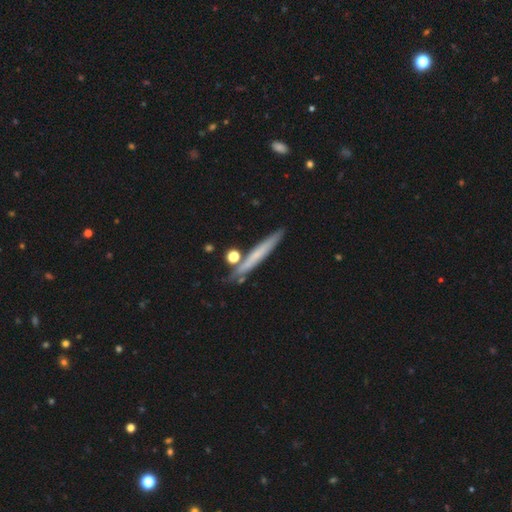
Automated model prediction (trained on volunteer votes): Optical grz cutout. It shows a smooth galaxy with no disk features (52%) that is cigar-shaped (94%). Merging: none (78%).